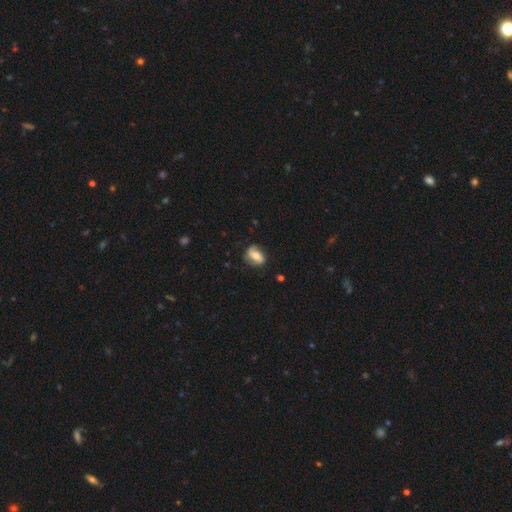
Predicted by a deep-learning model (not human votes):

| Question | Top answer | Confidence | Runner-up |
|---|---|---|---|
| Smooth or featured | smooth | 48% | featured or disk (44%) |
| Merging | none | 71% | minor disturbance (21%) |